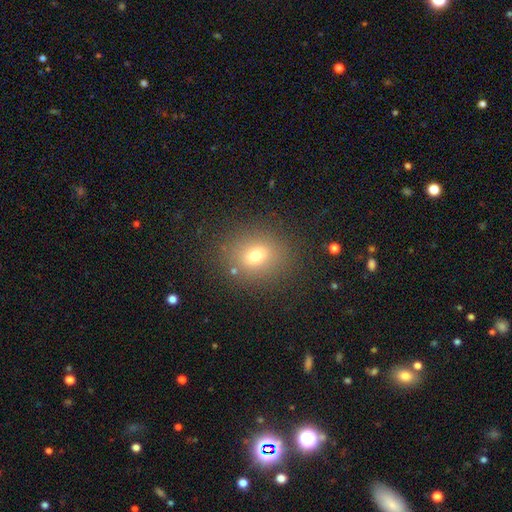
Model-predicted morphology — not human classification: Overall: smooth (72%). How rounded: round (58%; in between 41%). Merging: none (84%).